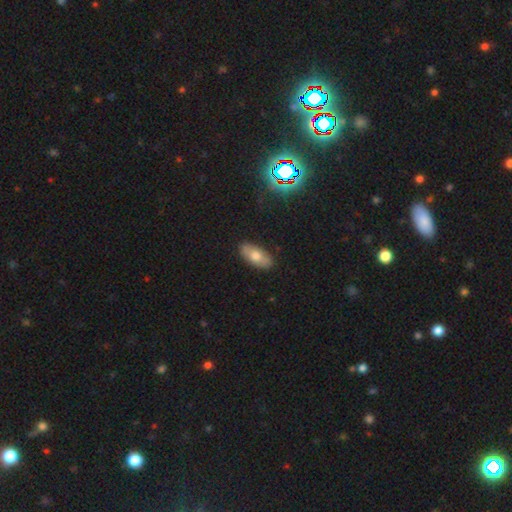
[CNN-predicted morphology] type=smooth (70%); roundness=in between (89%); merging=none (86%).